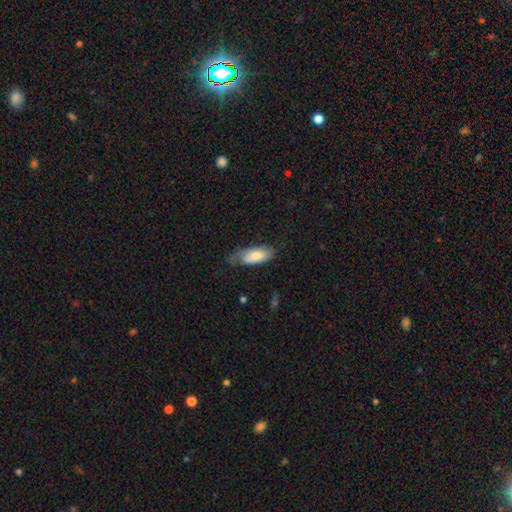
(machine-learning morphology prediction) type=smooth (69%); roundness=in between (84%); merging=none (44%).